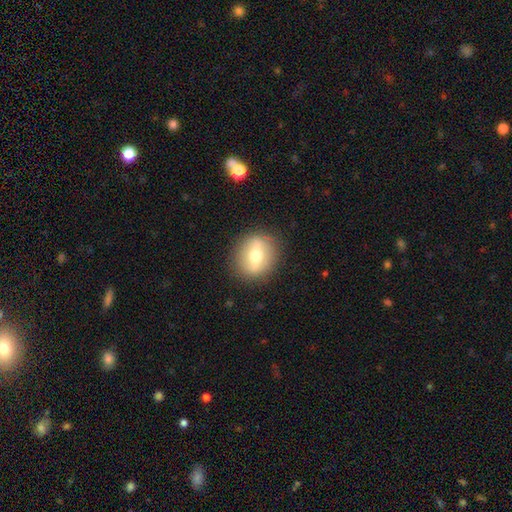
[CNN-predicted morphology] Smooth or featured? Predicted: featured or disk (p=0.46). Merging? Predicted: none (p=0.86).